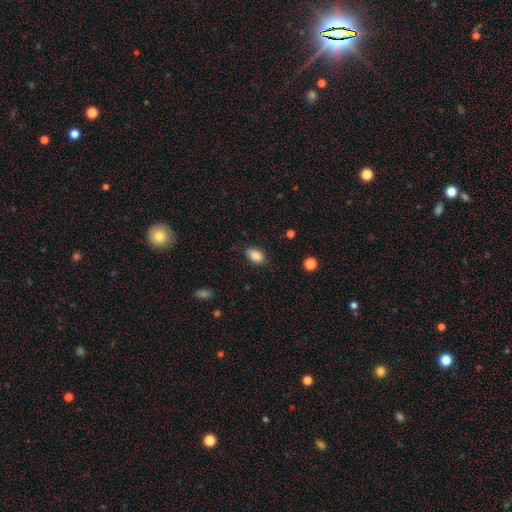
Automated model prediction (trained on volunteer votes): This appears to be a smooth galaxy with no disk features (87%) that is in between round and cigar-shaped (89%). Merging: none (83%).